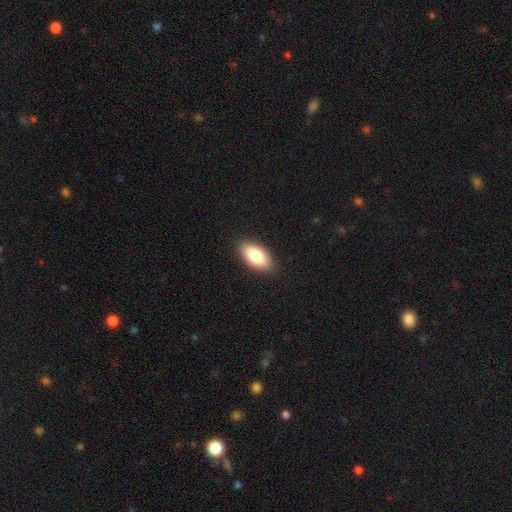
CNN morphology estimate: Smooth or featured? smooth (87%)
How rounded? in between (93%)
Merging? none (88%)